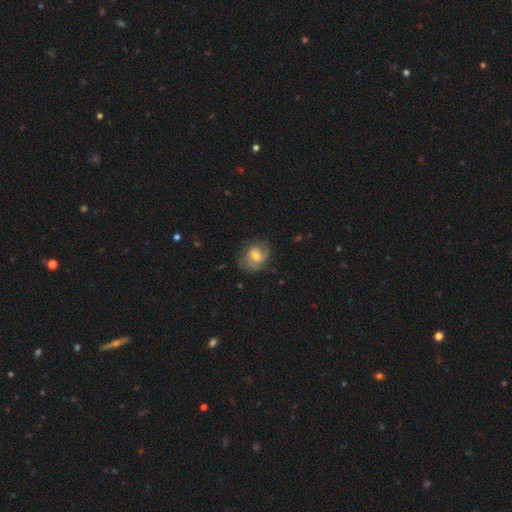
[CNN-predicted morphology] Smooth or featured? featured or disk (57%)
Edge-on disk? no (97%)
Bar? weak (45%)
Spiral arms? yes (83%)
Bulge size? moderate (57%)
Merging? none (63%)